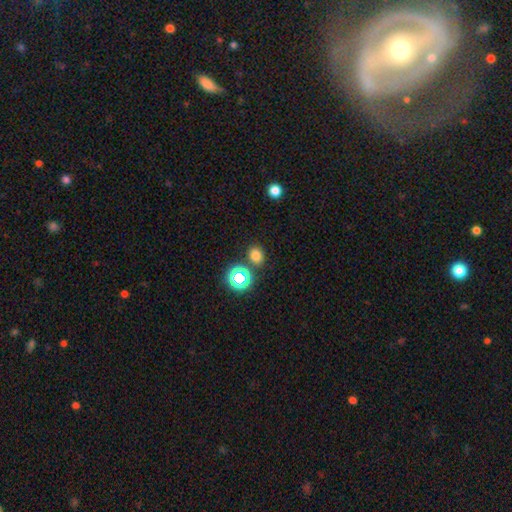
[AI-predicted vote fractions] smooth_or_featured: smooth (p=0.73) [alt: star or artifact p=0.21]
how_rounded: round (p=0.66) [alt: in between p=0.33]
merging: none (p=0.80) [alt: minor disturbance p=0.09]